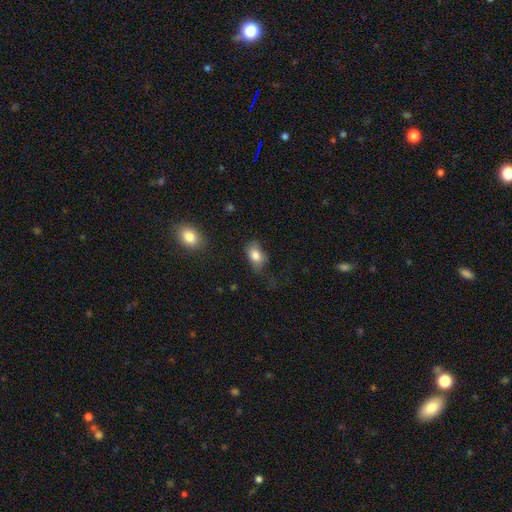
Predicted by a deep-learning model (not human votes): smooth_or_featured: smooth (p=0.81) [alt: featured or disk p=0.10]
how_rounded: in between (p=0.84) [alt: round p=0.14]
merging: none (p=0.56) [alt: minor disturbance p=0.29]